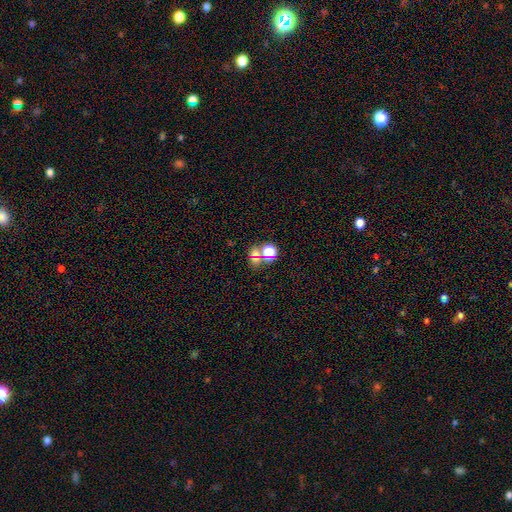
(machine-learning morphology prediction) smooth-or-featured: smooth: 53% | star or artifact: 36% | featured or disk: 11%
  how-rounded: round: 74% | in between: 25% | cigar-shaped: 1%
  merging: none: 57% | merger: 30% | minor disturbance: 8% | major disturbance: 5%